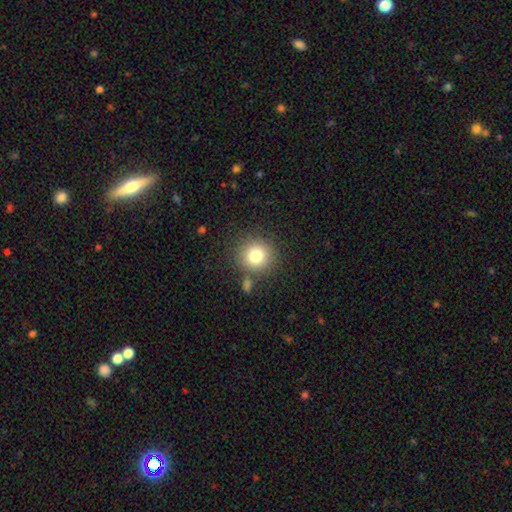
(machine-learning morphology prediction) smooth 79%, star or artifact 12%, featured or disk 9%. Down the decision tree: how rounded — round (91%); merging — none (80%).